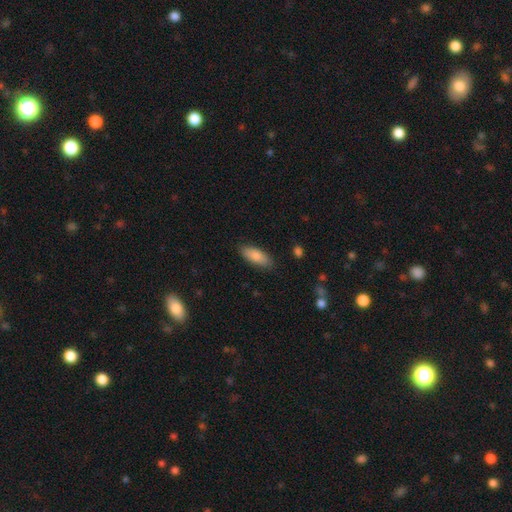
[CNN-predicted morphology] Smooth or featured: smooth — 86% (featured or disk — 8%)
How rounded: in between — 77% (cigar-shaped — 22%)
Merging: none — 84% (minor disturbance — 13%)